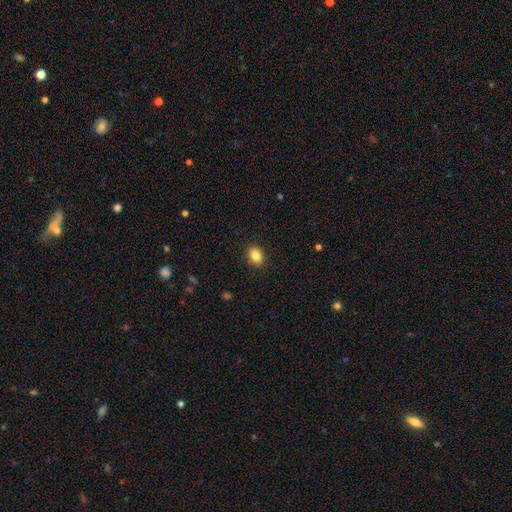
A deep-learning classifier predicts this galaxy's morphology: This is clearly a smooth galaxy (85%). How rounded: likely in between (72%). Merging: clearly none (89%).